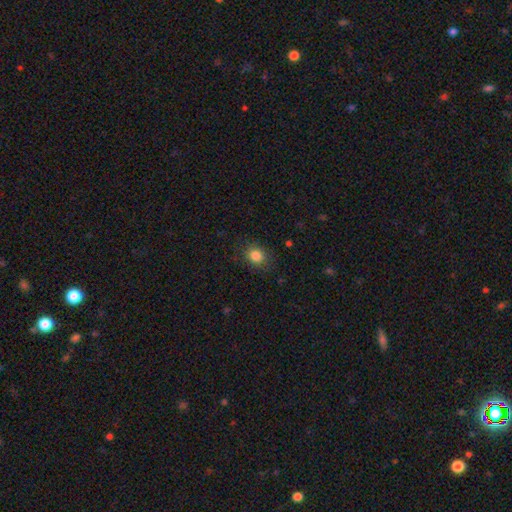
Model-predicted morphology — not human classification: This is clearly a smooth galaxy (84%). How rounded: likely round (71%). Merging: clearly none (85%).